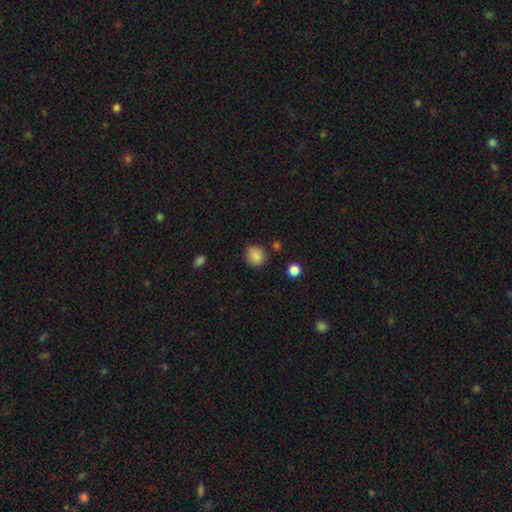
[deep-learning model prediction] This is clearly a smooth galaxy (86%). How rounded: clearly round (88%). Merging: clearly none (83%).